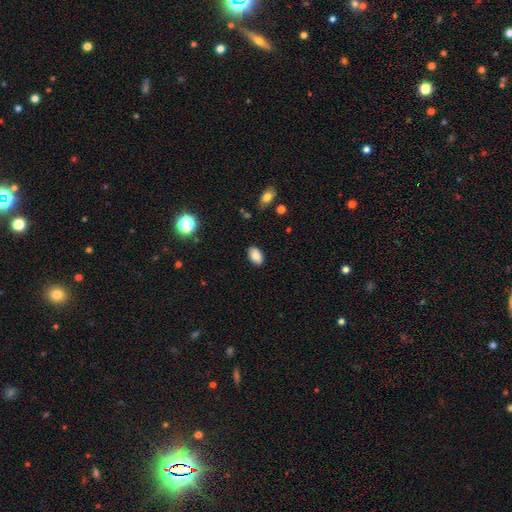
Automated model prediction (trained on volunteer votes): The model was most divided on "merging": none: 86%, minor disturbance: 10%, major disturbance: 2%, merger: 1%. More confident: how rounded — in between (91%); smooth or featured — smooth (86%).